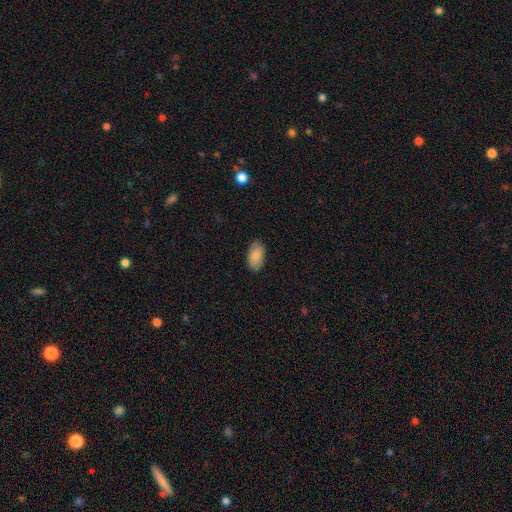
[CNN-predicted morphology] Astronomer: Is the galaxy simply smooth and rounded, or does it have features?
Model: smooth — 87%.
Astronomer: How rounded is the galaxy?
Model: in between — 95%.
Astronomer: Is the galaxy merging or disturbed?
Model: none — 86%.